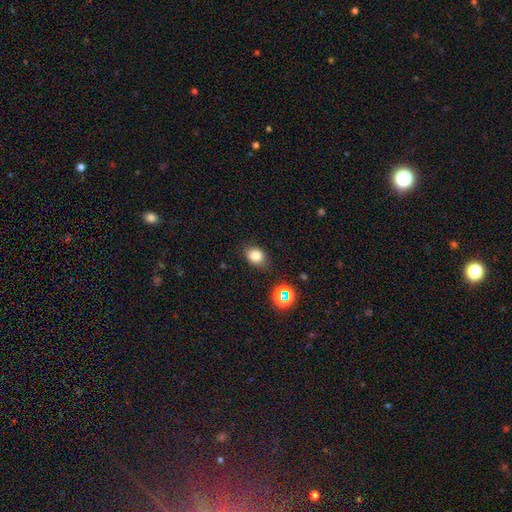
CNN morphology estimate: Q: Smooth or featured?
A: smooth (79%); runner-up: star or artifact (13%)
Q: How rounded?
A: in between (62%); runner-up: round (37%)
Q: Merging?
A: none (82%); runner-up: minor disturbance (13%)